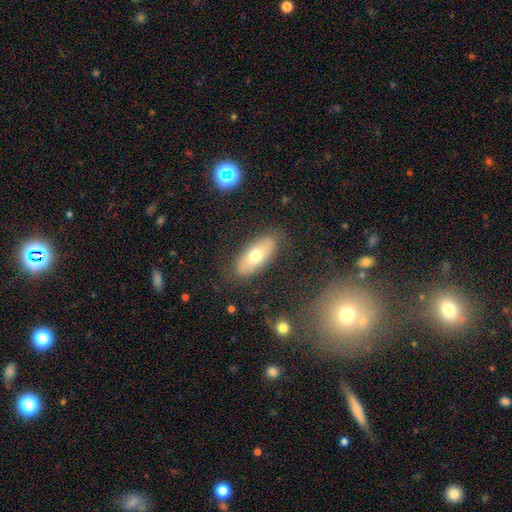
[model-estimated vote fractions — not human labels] This appears to be a smooth galaxy with no disk features (64%) that is in between round and cigar-shaped (82%). Merging: none (83%).